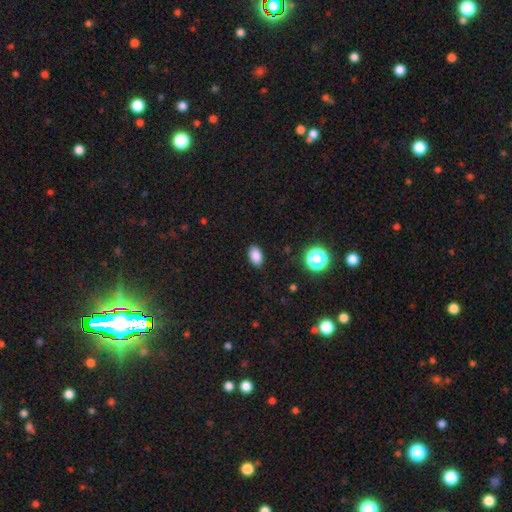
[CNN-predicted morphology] Smooth or featured: smooth — 86% (star or artifact — 10%)
How rounded: in between — 89% (round — 10%)
Merging: none — 88% (minor disturbance — 8%)